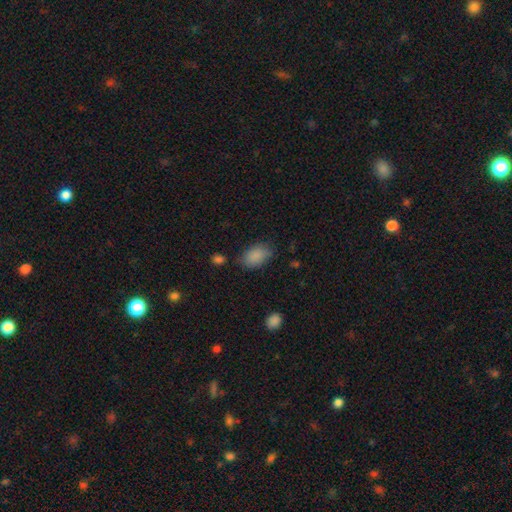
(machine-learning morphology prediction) A smooth galaxy with no disk features (87%) that is in between round and cigar-shaped (90%). Merging: none (71%).